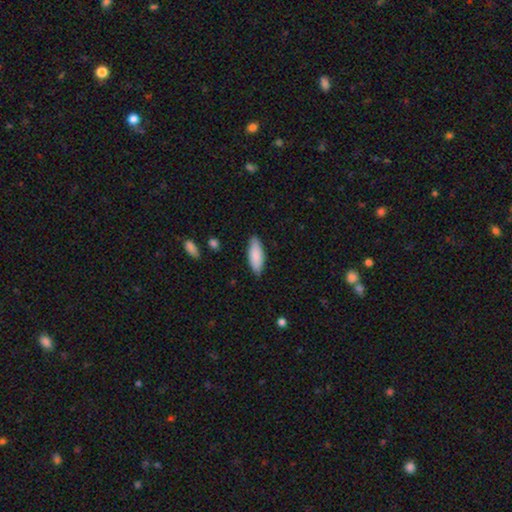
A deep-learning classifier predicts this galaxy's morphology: This is clearly a smooth galaxy (86%). How rounded: likely in between (69%). Merging: clearly none (86%).